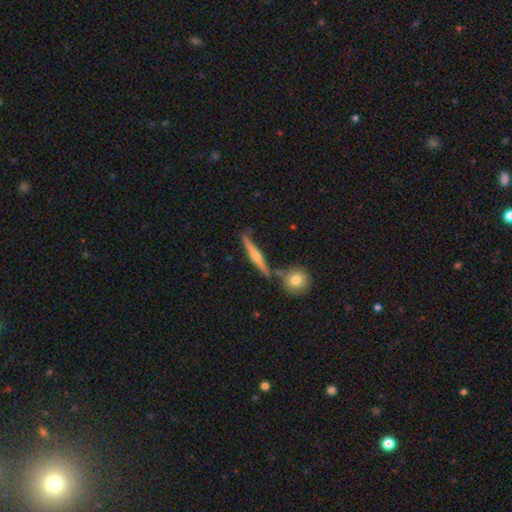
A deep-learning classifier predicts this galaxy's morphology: Overall: featured or disk (67%). Edge-on disk: yes (97%). Edge-on bulge: rounded (82%). Merging: none (78%).